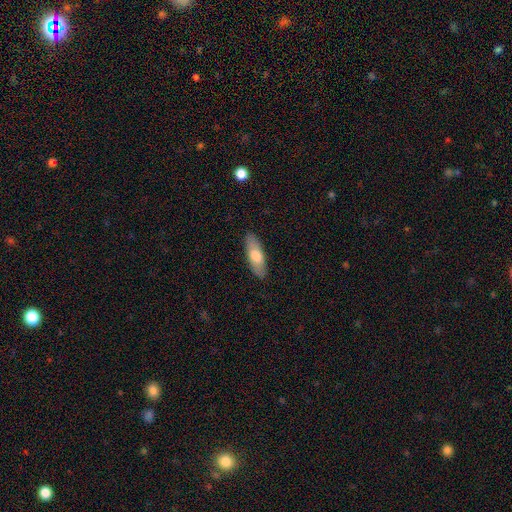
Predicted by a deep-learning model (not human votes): A smooth galaxy with no disk features (70%) that is in between round and cigar-shaped (61%). Merging: none (88%).